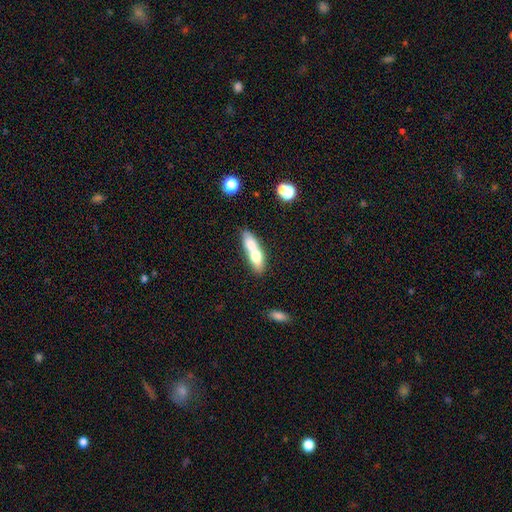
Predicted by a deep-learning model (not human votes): A smooth galaxy with no disk features (64%) that is in between round and cigar-shaped (55%).

Vote fractions:
- Smooth or featured? smooth: 64% / featured or disk: 29% / star or artifact: 8%
- How rounded? in between: 55% / cigar-shaped: 38% / round: 7%
- Merging? merger: 62% / none: 25% / minor disturbance: 9% / major disturbance: 5%